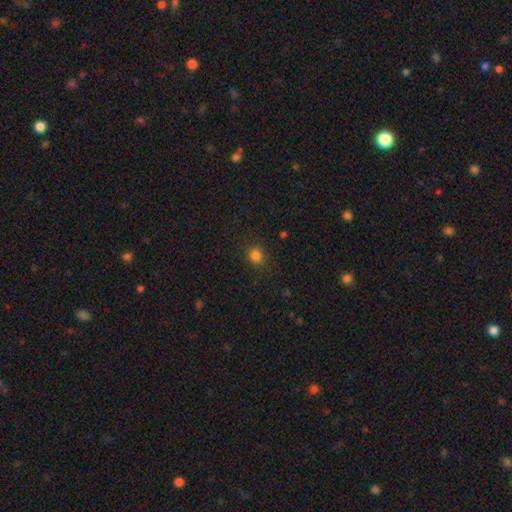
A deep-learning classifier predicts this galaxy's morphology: A smooth galaxy with no disk features (83%) that is round (80%). Merging: none (89%).